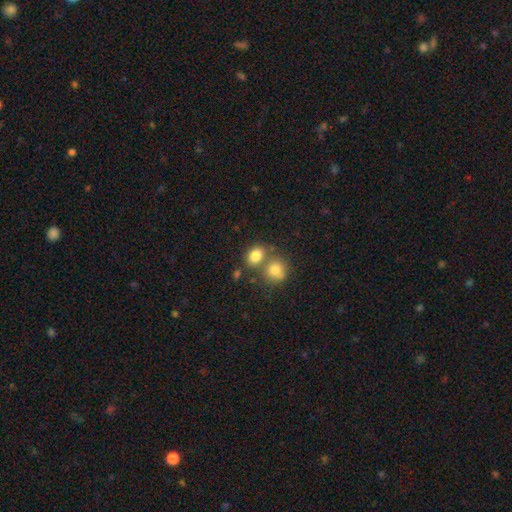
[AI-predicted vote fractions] smooth_or_featured: smooth (p=0.81) [alt: star or artifact p=0.10]
how_rounded: in between (p=0.60) [alt: round p=0.39]
merging: none (p=0.49) [alt: merger p=0.36]